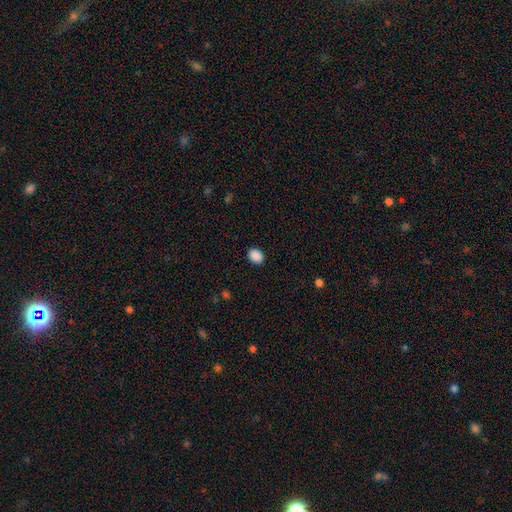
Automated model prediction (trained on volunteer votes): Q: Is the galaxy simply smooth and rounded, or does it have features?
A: smooth — 89%.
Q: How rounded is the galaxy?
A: in between — 50%.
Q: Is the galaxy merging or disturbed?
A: none — 89%.